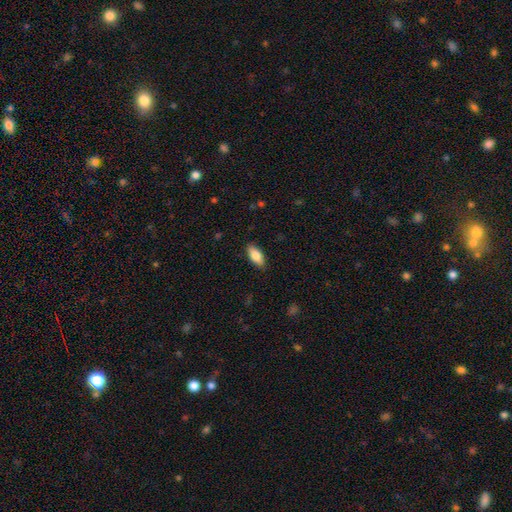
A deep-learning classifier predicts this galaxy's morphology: This is clearly a smooth galaxy (81%). How rounded: clearly in between (86%). Merging: clearly none (88%).